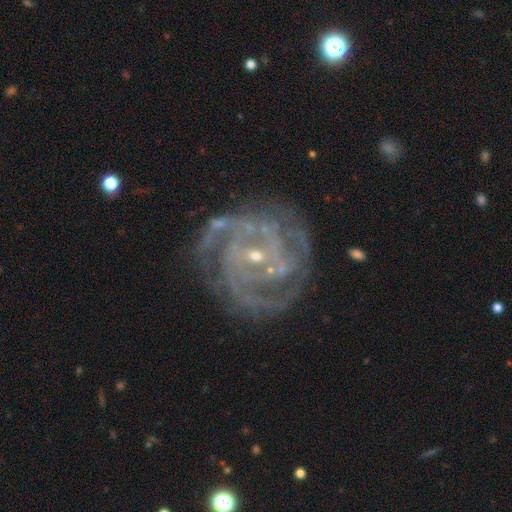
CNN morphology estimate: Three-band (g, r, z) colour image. It shows a featured or disk galaxy (90%) with no bar (46%), 3 (30%) tight (61%) spiral arms (97%) and a small central bulge (77%). Merging: none (71%).